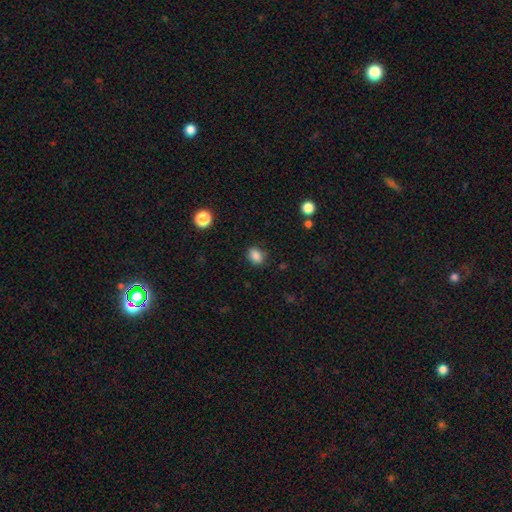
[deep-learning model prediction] This appears to be a smooth galaxy with no disk features (86%) that is in between round and cigar-shaped (59%). Merging: none (83%).